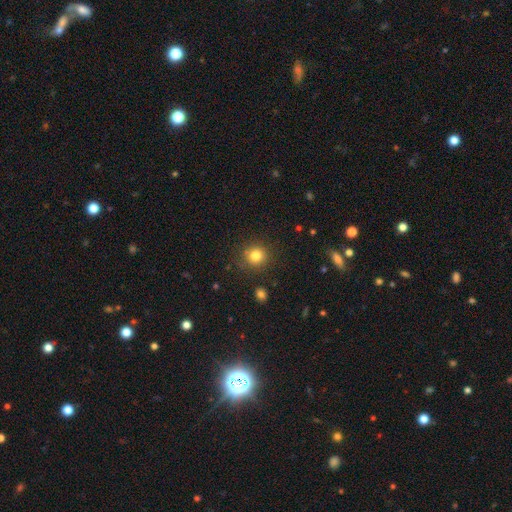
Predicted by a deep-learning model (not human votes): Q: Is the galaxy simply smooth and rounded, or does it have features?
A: smooth — 81%.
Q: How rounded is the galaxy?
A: round — 89%.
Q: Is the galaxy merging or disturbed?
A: none — 86%.